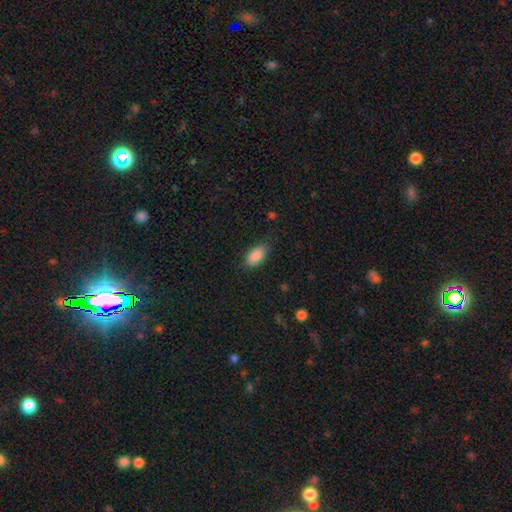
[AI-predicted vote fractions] Morphology: type=smooth (88%); roundness=in between (92%); merging=none (76%).